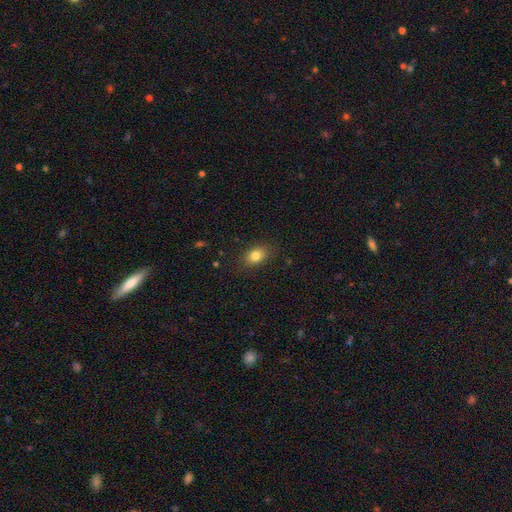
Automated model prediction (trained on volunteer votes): This appears to be a smooth galaxy with no disk features (81%) that is in between round and cigar-shaped (77%). Merging: none (85%).